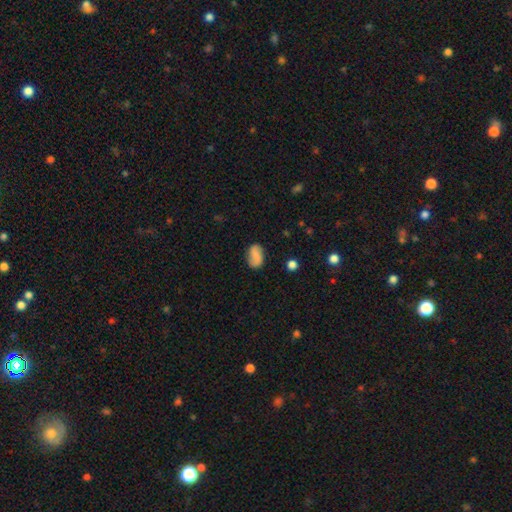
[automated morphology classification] Smooth or featured? smooth (56%)
How rounded? in between (87%)
Merging? none (74%)